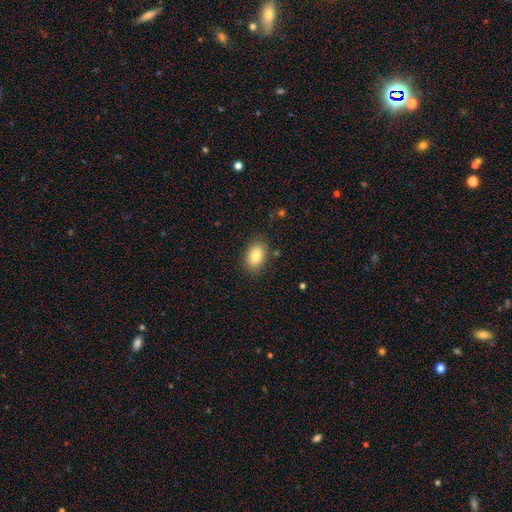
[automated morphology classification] Smooth or featured: smooth — 83% (featured or disk — 9%)
How rounded: in between — 87% (round — 12%)
Merging: none — 85% (minor disturbance — 11%)